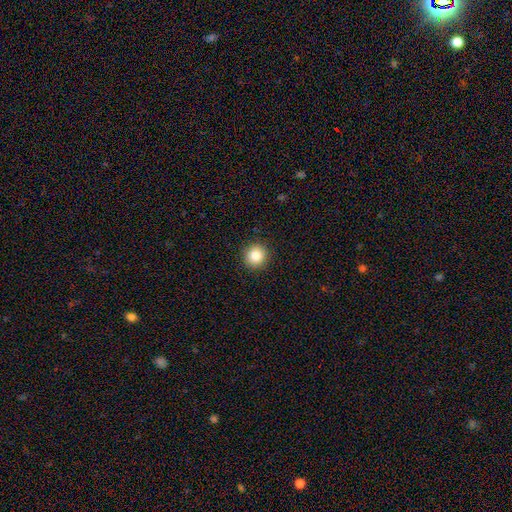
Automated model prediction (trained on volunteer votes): This appears to be a smooth galaxy with no disk features (85%) that is round (93%). Merging: none (92%).